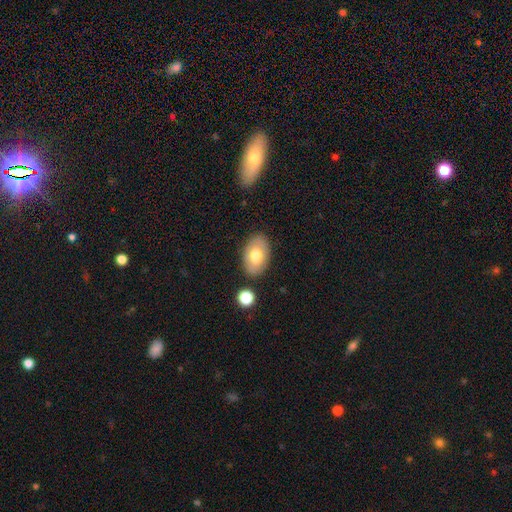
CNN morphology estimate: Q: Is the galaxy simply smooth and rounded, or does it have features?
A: smooth — 67%.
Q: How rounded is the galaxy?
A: in between — 90%.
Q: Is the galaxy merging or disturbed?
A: none — 82%.